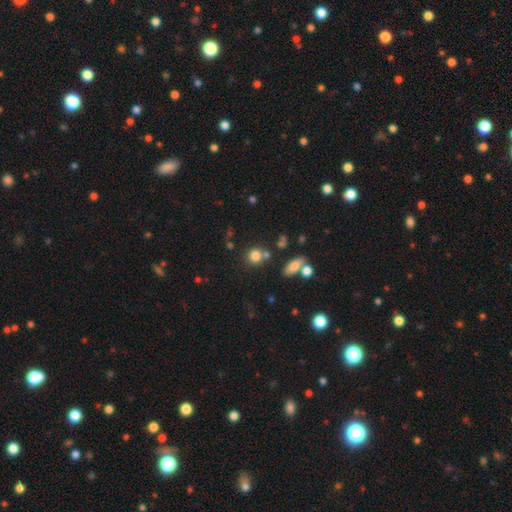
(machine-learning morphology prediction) smooth 78%, star or artifact 13%, featured or disk 9%. Down the decision tree: how rounded — round (83%); merging — none (66%).